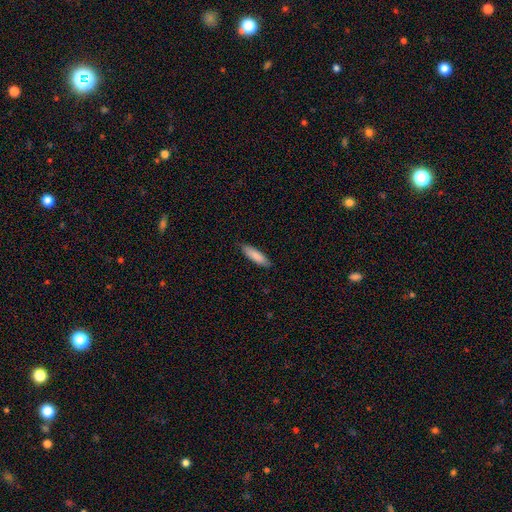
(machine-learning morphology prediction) smooth_or_featured: smooth (p=0.87) [alt: featured or disk p=0.08]
how_rounded: cigar-shaped (p=0.64) [alt: in between p=0.35]
merging: none (p=0.87) [alt: minor disturbance p=0.10]